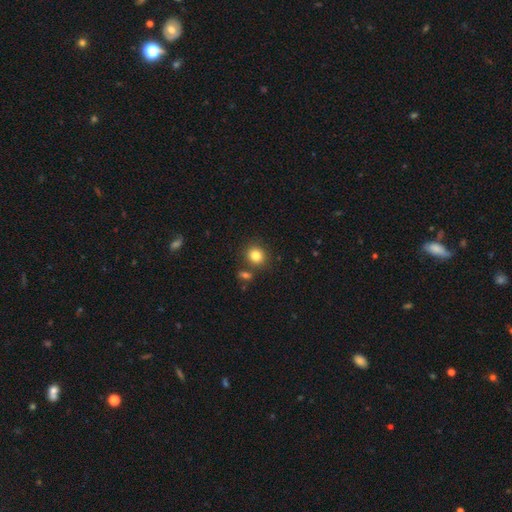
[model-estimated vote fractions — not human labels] Smooth or featured? smooth (83%)
How rounded? round (78%)
Merging? none (77%)